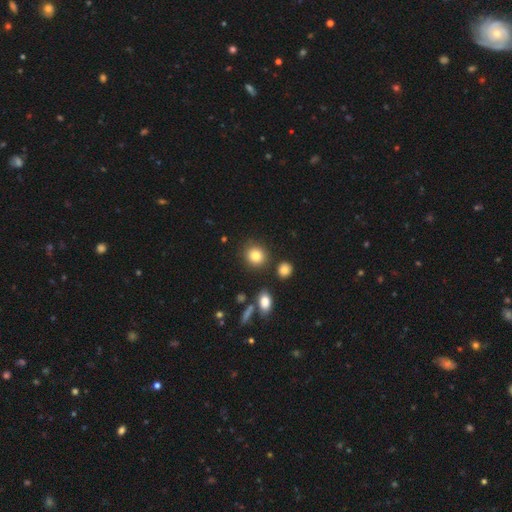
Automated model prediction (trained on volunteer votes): A smooth galaxy with no disk features (82%) that is round (83%). Merging: none (84%).